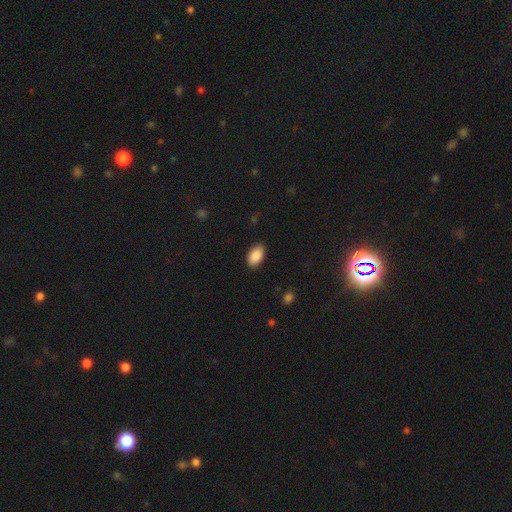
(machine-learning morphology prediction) The model was most divided on "merging": none: 87%, minor disturbance: 10%, major disturbance: 2%, merger: 1%. More confident: how rounded — in between (94%); smooth or featured — smooth (90%).